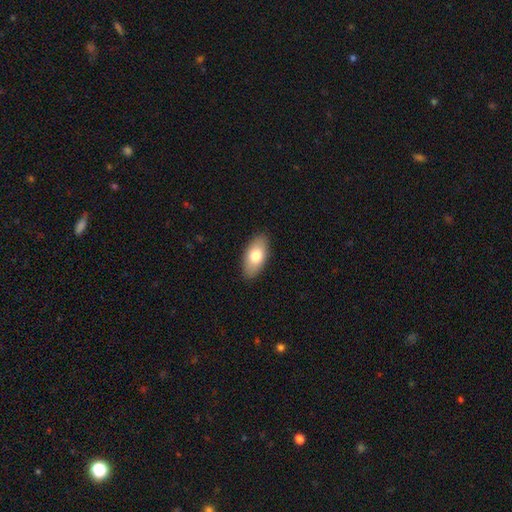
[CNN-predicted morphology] smooth 74%, featured or disk 19%, star or artifact 6%. Down the decision tree: how rounded — in between (91%); merging — none (88%).